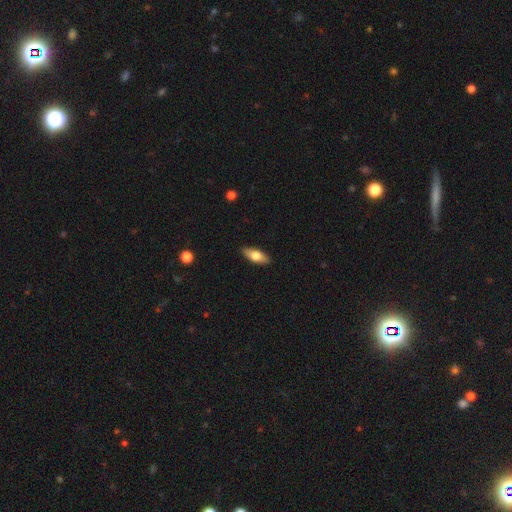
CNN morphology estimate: This is likely a smooth galaxy (66%). How rounded: likely in between (73%). Merging: clearly none (89%).